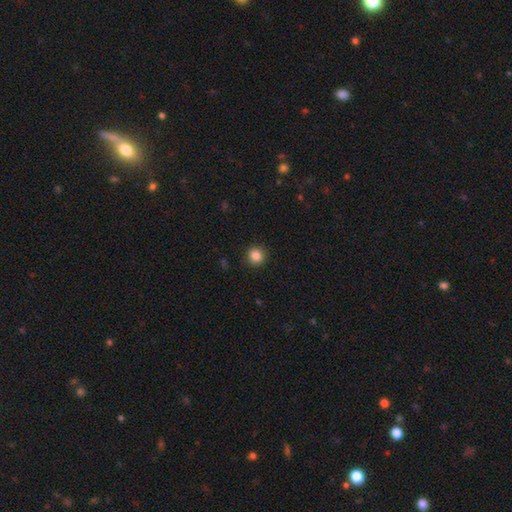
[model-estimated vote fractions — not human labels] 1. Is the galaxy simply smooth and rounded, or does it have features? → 85% smooth, 11% star or artifact, 4% featured or disk.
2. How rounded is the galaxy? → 92% round, 7% in between, 1% cigar-shaped.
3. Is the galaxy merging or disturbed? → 92% none, 5% minor disturbance, 2% major disturbance, 1% merger.